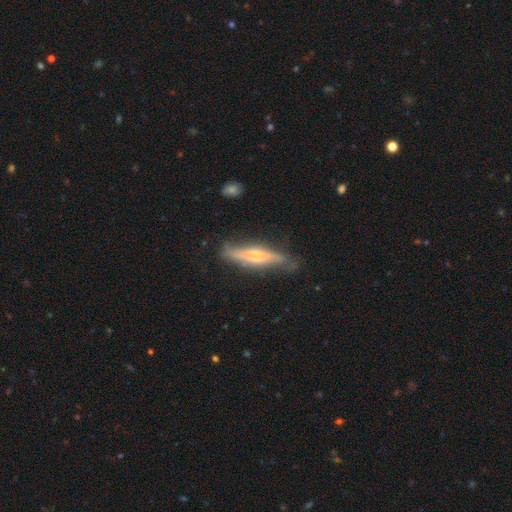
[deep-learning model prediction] Overall: featured or disk (60%; smooth 34%). Edge-on disk: yes (85%). Edge-on bulge: rounded (57%; boxy 22%). Merging: none (68%).